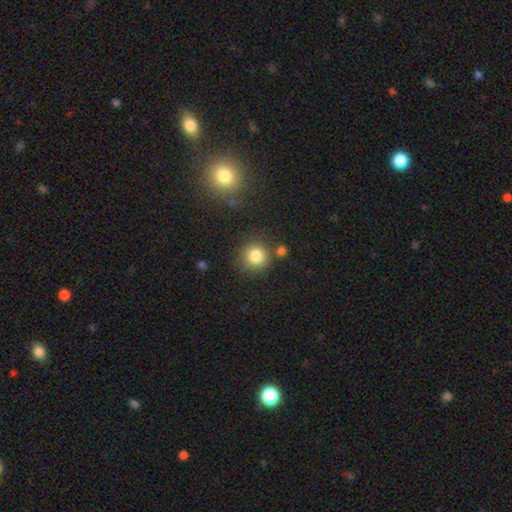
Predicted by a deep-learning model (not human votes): Q: Smooth or featured?
A: smooth (83%); runner-up: star or artifact (11%)
Q: How rounded?
A: round (91%); runner-up: in between (8%)
Q: Merging?
A: none (77%); runner-up: minor disturbance (10%)